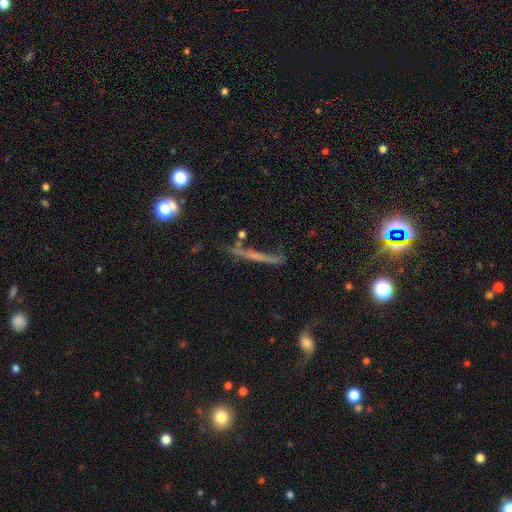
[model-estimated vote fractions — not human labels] Smooth or featured: featured or disk — 49% (smooth — 34%)
Merging: none — 56% (minor disturbance — 21%)